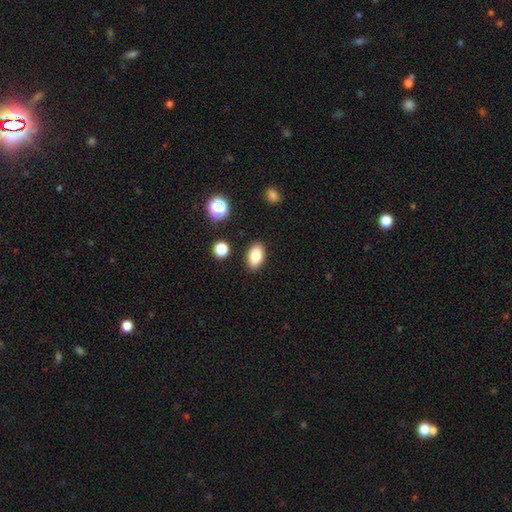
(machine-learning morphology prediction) This is clearly a smooth galaxy (83%). How rounded: clearly in between (89%). Merging: clearly none (87%).